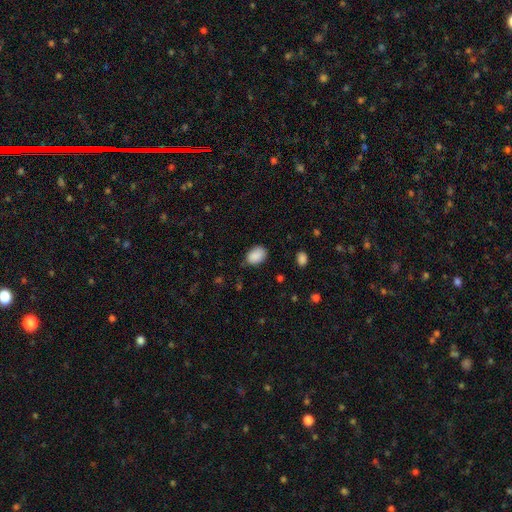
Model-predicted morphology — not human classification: Q: Smooth or featured?
A: smooth (89%); runner-up: star or artifact (8%)
Q: How rounded?
A: in between (80%); runner-up: round (19%)
Q: Merging?
A: none (76%); runner-up: minor disturbance (19%)